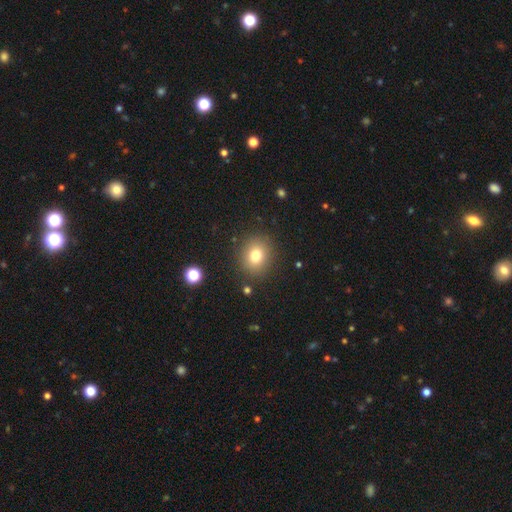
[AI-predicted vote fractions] This appears to be a smooth galaxy with no disk features (77%) that is round (77%). Merging: none (88%).